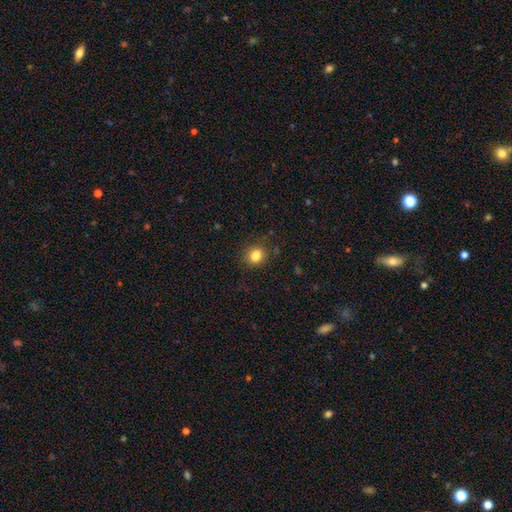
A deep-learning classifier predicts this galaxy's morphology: Smooth or featured: smooth — 84% (star or artifact — 11%)
How rounded: round — 72% (in between — 27%)
Merging: none — 85% (minor disturbance — 10%)